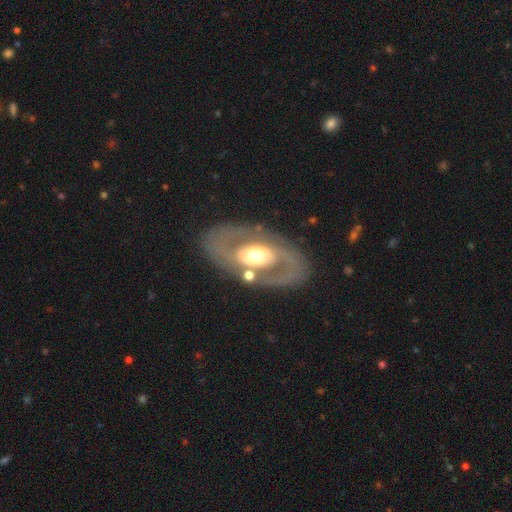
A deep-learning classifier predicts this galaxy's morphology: Q: Smooth or featured?
A: featured or disk (73%); runner-up: smooth (22%)
Q: Edge-on disk?
A: no (91%); runner-up: yes (9%)
Q: Bar?
A: no (66%); runner-up: weak (21%)
Q: Spiral arms?
A: no (58%); runner-up: yes (42%)
Q: Bulge size?
A: moderate (62%); runner-up: large (27%)
Q: Merging?
A: none (74%); runner-up: minor disturbance (13%)